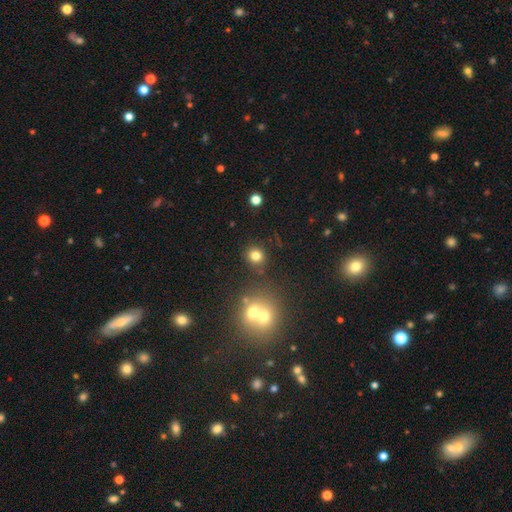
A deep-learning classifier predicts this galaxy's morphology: This is likely a smooth galaxy (78%). How rounded: clearly round (85%). Merging: likely none (78%).